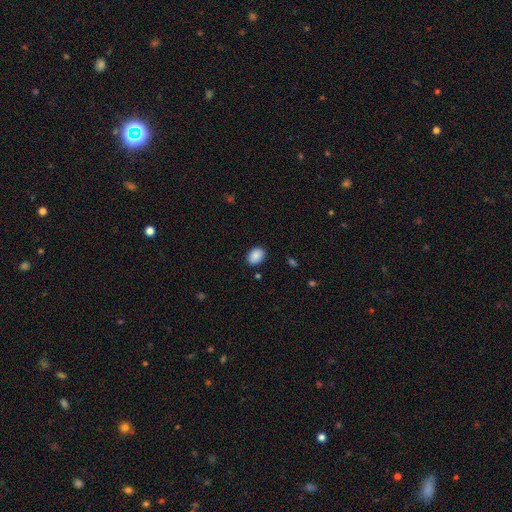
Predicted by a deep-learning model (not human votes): This is clearly a smooth galaxy (89%). How rounded: likely in between (75%). Merging: clearly none (87%).